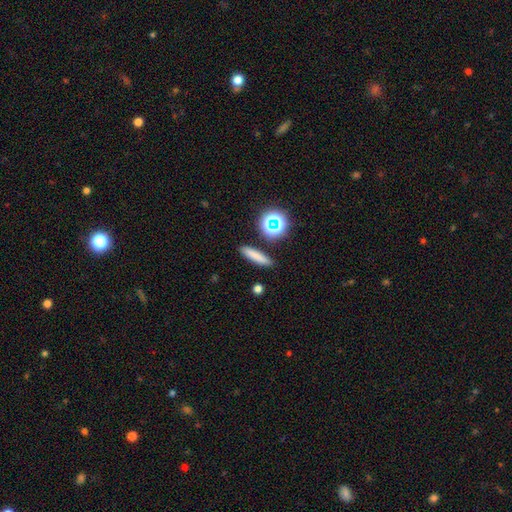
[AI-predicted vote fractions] Smooth or featured?
  - smooth: 76% *
  - star or artifact: 13%
  - featured or disk: 11%
How rounded?
  - cigar-shaped: 79% *
  - in between: 14%
  - round: 7%
Merging?
  - none: 89% *
  - minor disturbance: 7%
  - merger: 2%
  - major disturbance: 2%